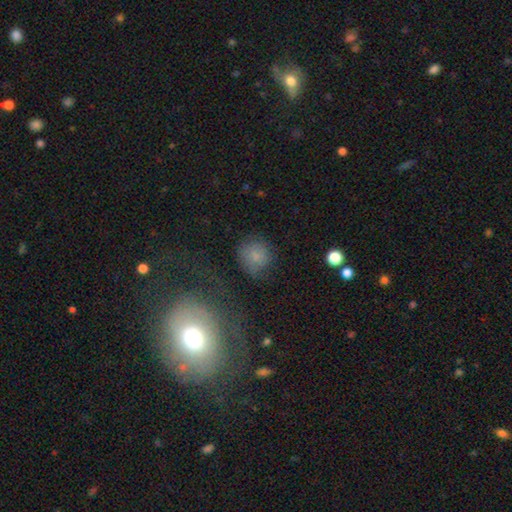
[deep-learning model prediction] smooth_or_featured: smooth (p=0.72) [alt: star or artifact p=0.16]
how_rounded: round (p=0.87) [alt: in between p=0.11]
merging: none (p=0.72) [alt: minor disturbance p=0.17]